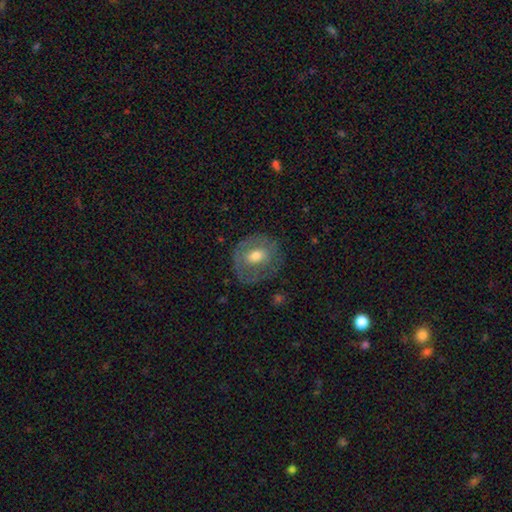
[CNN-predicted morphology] A featured or disk galaxy (49%). Merging: none (74%).